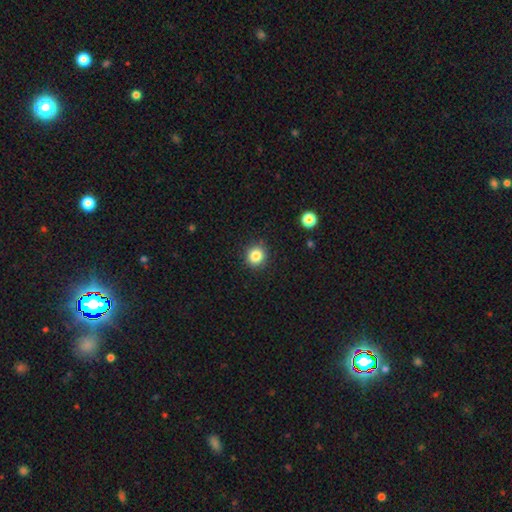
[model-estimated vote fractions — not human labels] A smooth galaxy with no disk features (84%) that is round (90%). Merging: none (90%).